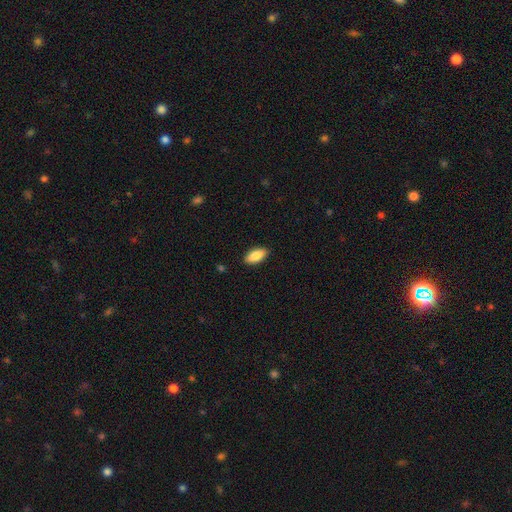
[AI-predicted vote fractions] A smooth galaxy with no disk features (86%) that is in between round and cigar-shaped (87%). Merging: none (88%).